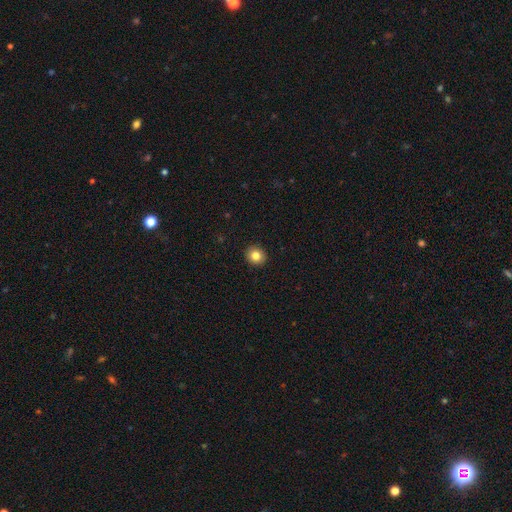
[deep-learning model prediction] The model was most divided on "how rounded": round: 86%, in between: 13%, cigar-shaped: 1%. More confident: merging — none (93%); smooth or featured — smooth (83%).